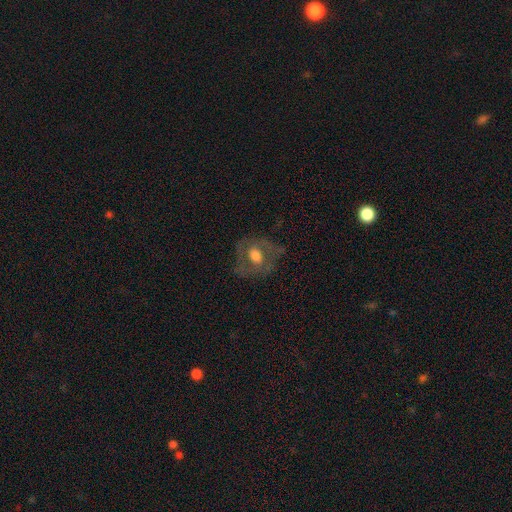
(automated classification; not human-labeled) smooth_or_featured: featured or disk (p=0.51) [alt: smooth p=0.40]
disk_edge_on: no (p=0.94) [alt: yes p=0.06]
merging: none (p=0.66) [alt: minor disturbance p=0.18]